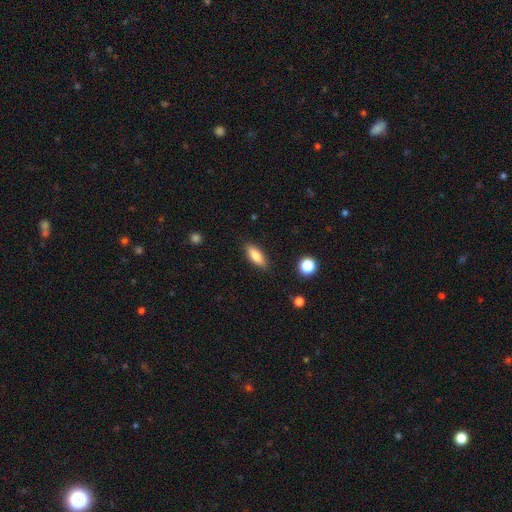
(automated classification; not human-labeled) smooth_or_featured: smooth (p=0.79) [alt: featured or disk p=0.13]
how_rounded: in between (p=0.71) [alt: cigar-shaped p=0.26]
merging: none (p=0.85) [alt: minor disturbance p=0.11]